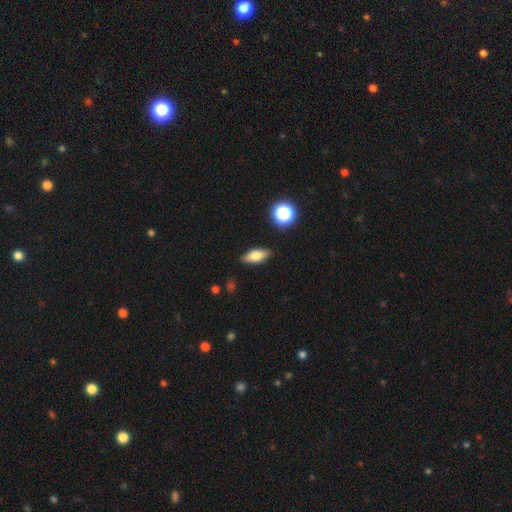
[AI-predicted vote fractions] This is likely a smooth galaxy (65%). How rounded: likely in between (72%). Merging: clearly none (86%).